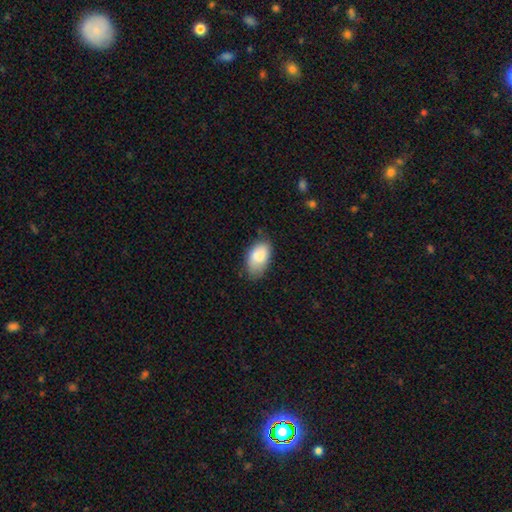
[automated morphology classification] smooth_or_featured: smooth (p=0.85) [alt: featured or disk p=0.09]
how_rounded: in between (p=0.94) [alt: round p=0.04]
merging: none (p=0.68) [alt: minor disturbance p=0.26]